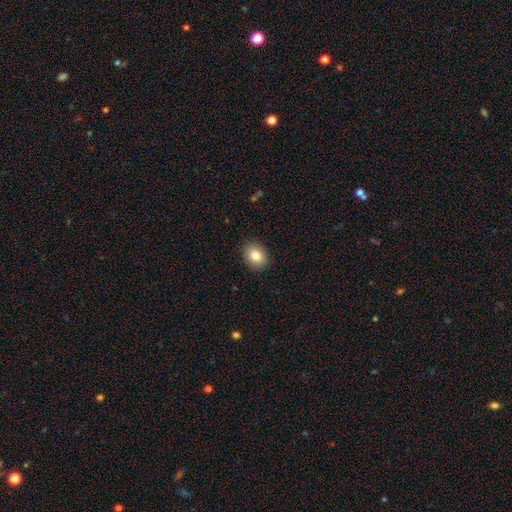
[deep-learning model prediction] A smooth galaxy with no disk features (83%) that is in between round and cigar-shaped (53%). Merging: none (90%).